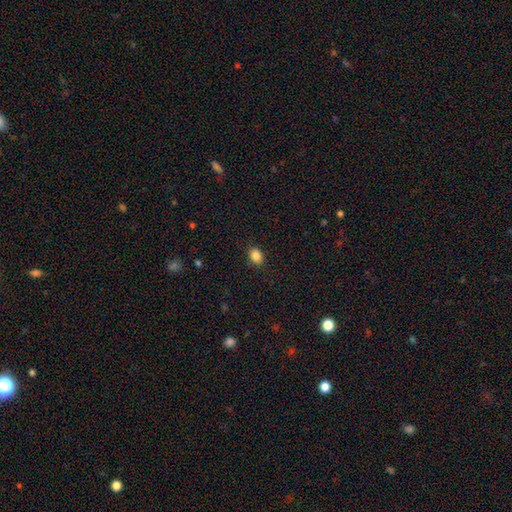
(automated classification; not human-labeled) This appears to be a smooth galaxy with no disk features (87%) that is in between round and cigar-shaped (65%). Merging: none (88%).